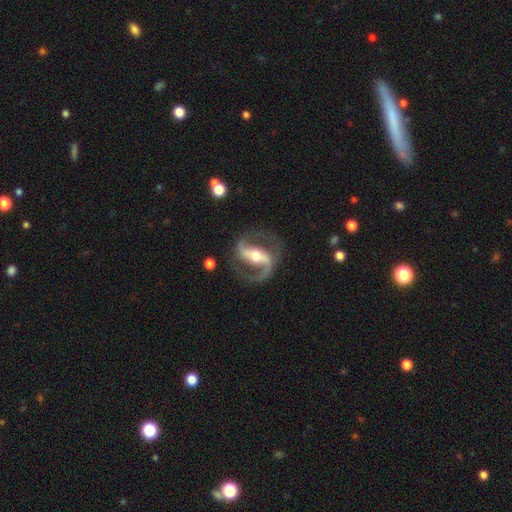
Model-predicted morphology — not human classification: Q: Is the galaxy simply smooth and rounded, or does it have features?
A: featured or disk — 92%.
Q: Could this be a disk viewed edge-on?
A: no — 96%.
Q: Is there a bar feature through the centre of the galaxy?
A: strong — 64%.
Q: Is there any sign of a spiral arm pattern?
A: yes — 97%.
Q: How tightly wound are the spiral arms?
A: medium — 58%.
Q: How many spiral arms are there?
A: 2 — 92%.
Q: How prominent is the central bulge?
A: moderate — 69%.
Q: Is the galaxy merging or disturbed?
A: none — 81%.